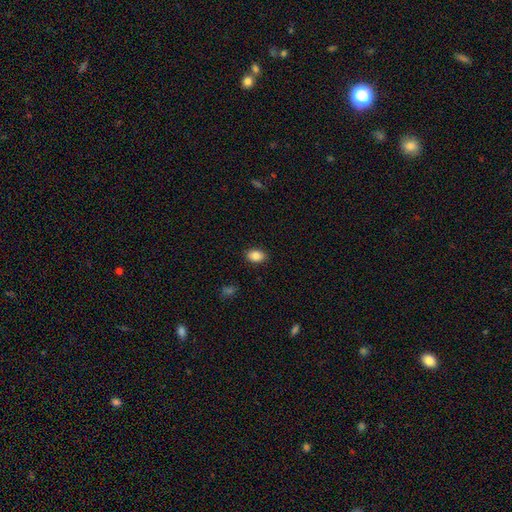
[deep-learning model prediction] This appears to be a smooth galaxy with no disk features (85%) that is in between round and cigar-shaped (79%). Merging: none (88%).